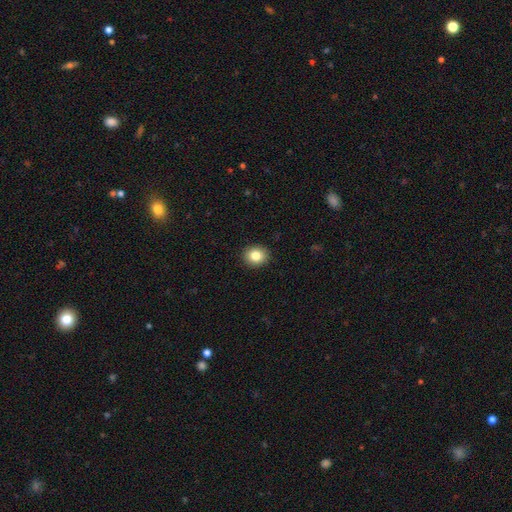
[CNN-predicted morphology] Smooth or featured: smooth — 83% (star or artifact — 10%)
How rounded: round — 69% (in between — 30%)
Merging: none — 91% (minor disturbance — 6%)